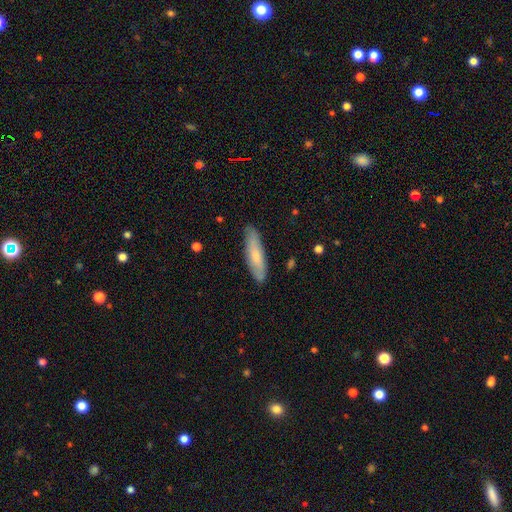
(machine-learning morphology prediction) This is likely a smooth galaxy (66%). How rounded: likely cigar-shaped (69%). Merging: clearly none (84%).